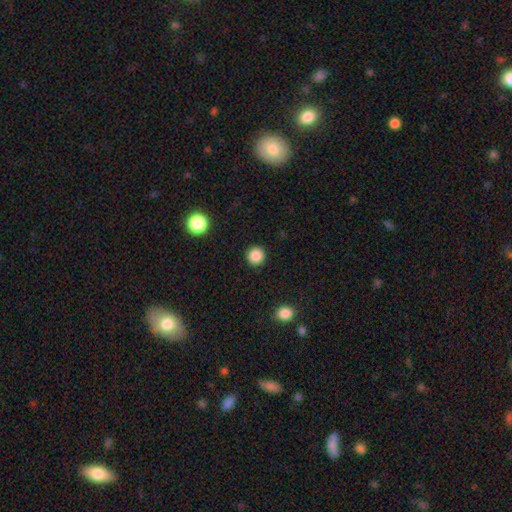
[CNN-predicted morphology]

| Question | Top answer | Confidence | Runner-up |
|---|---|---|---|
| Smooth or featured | smooth | 86% | star or artifact (11%) |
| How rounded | round | 95% | in between (4%) |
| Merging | none | 92% | minor disturbance (4%) |